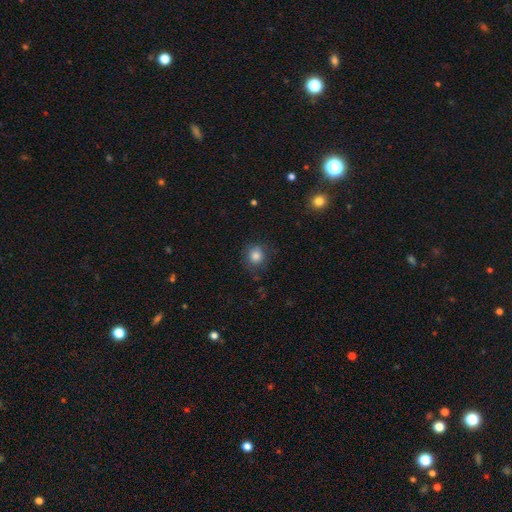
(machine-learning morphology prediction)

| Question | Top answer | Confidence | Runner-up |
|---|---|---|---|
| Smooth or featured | smooth | 83% | star or artifact (10%) |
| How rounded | round | 87% | in between (12%) |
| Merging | none | 78% | minor disturbance (15%) |